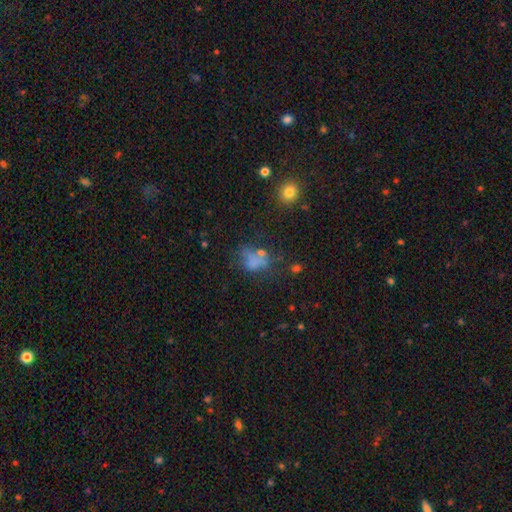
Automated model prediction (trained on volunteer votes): Overall: smooth (46%; star or artifact 29%). Merging: none (44%; major disturbance 21%).